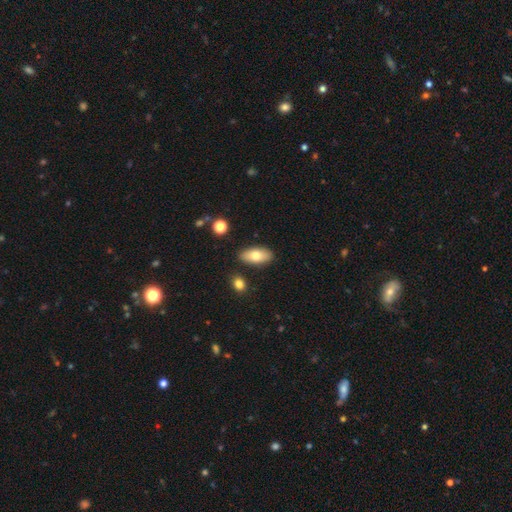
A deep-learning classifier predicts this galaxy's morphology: Smooth or featured: smooth — 73% (featured or disk — 20%)
How rounded: in between — 88% (cigar-shaped — 8%)
Merging: none — 86% (minor disturbance — 9%)